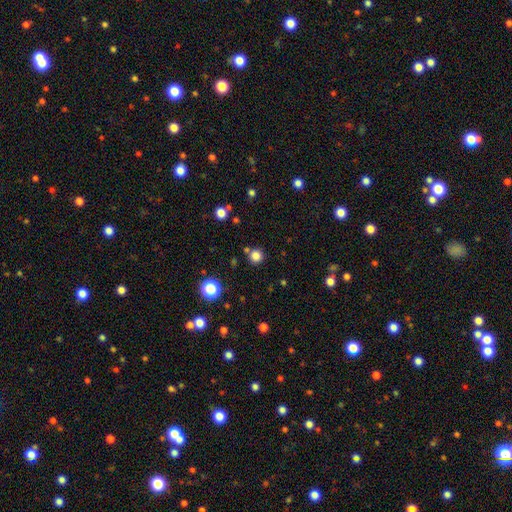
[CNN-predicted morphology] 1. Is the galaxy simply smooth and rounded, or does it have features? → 81% smooth, 15% star or artifact, 4% featured or disk.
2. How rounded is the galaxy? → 94% round, 5% in between, 1% cigar-shaped.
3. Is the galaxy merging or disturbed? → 82% none, 8% minor disturbance, 7% merger, 3% major disturbance.